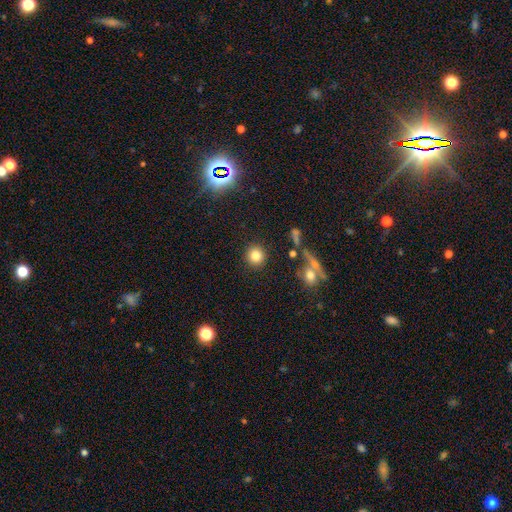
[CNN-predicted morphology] smooth 81%, star or artifact 12%, featured or disk 7%. Down the decision tree: how rounded — round (92%); merging — none (88%).